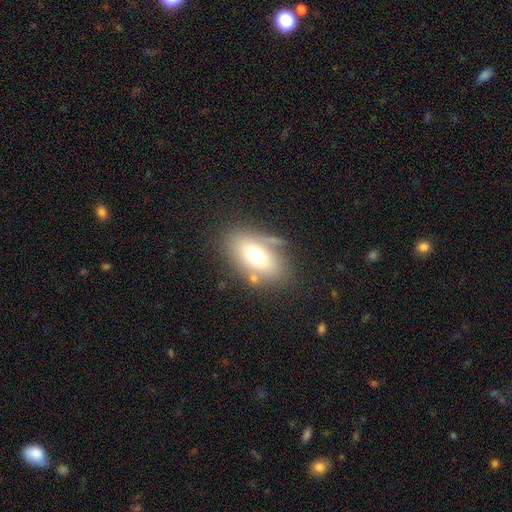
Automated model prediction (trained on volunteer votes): The model was most divided on "smooth or featured": smooth: 67%, featured or disk: 23%, star or artifact: 10%. More confident: how rounded — in between (88%); merging — none (69%).